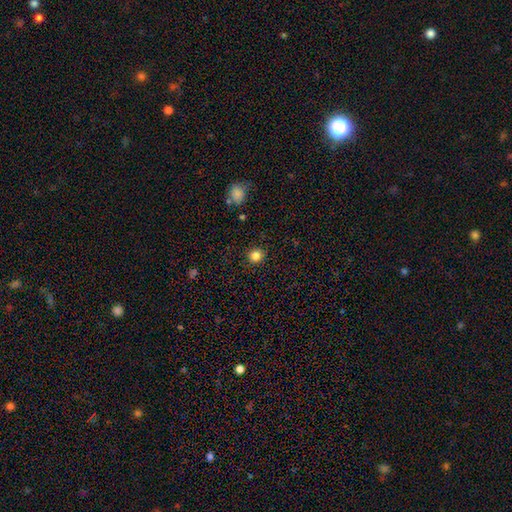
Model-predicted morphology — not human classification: A smooth galaxy with no disk features (84%) that is round (89%).

Vote fractions:
- Smooth or featured? smooth: 84% / star or artifact: 12% / featured or disk: 4%
- How rounded? round: 89% / in between: 10% / cigar-shaped: 1%
- Merging? none: 91% / minor disturbance: 6% / major disturbance: 2% / merger: 1%